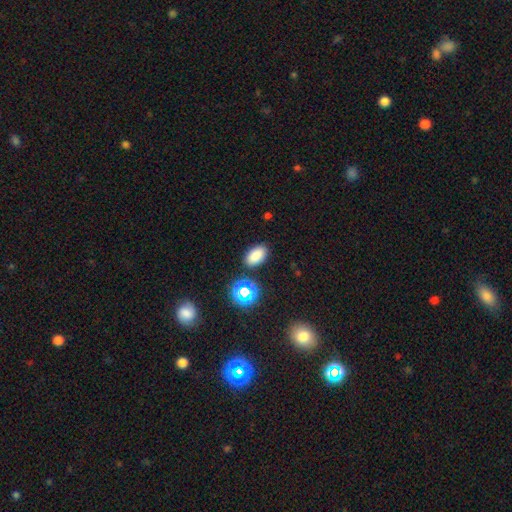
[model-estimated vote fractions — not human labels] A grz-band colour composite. It shows a smooth galaxy with no disk features (80%) that is in between round and cigar-shaped (90%). Merging: none (85%).